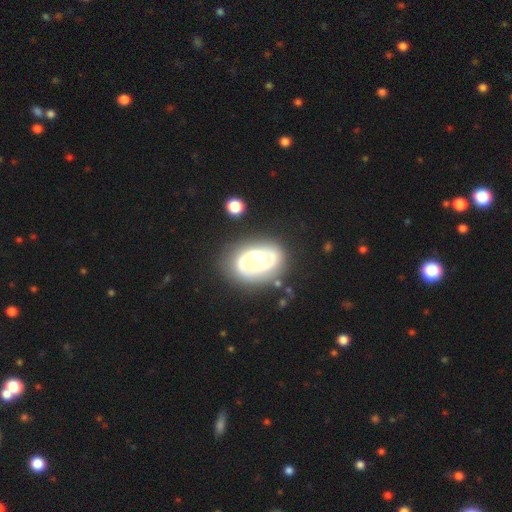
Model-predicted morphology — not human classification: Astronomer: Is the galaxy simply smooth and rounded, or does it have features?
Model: featured or disk — 89%.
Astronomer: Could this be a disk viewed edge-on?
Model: no — 98%.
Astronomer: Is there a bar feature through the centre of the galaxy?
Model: no — 41% (runner-up: weak, 40%).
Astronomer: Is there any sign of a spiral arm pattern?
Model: yes — 96%.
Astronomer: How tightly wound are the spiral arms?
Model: medium — 54% (runner-up: tight, 34%).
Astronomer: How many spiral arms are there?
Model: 2 — 92%.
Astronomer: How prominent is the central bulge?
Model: moderate — 42% (runner-up: large, 41%).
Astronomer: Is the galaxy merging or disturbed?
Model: none — 79%.